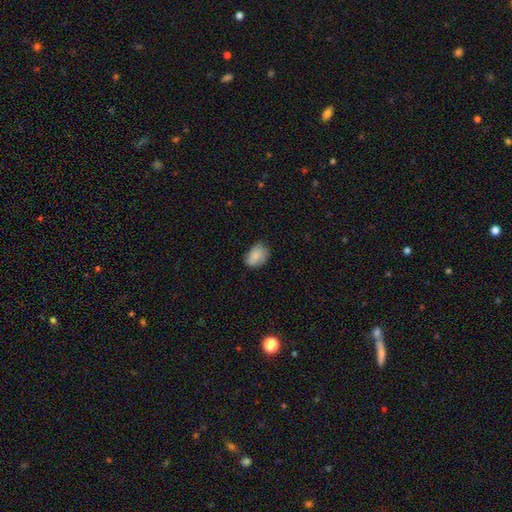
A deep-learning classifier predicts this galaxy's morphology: The model was most divided on "merging": none: 64%, minor disturbance: 29%, major disturbance: 6%, merger: 1%. More confident: smooth or featured — smooth (82%); how rounded — in between (78%).